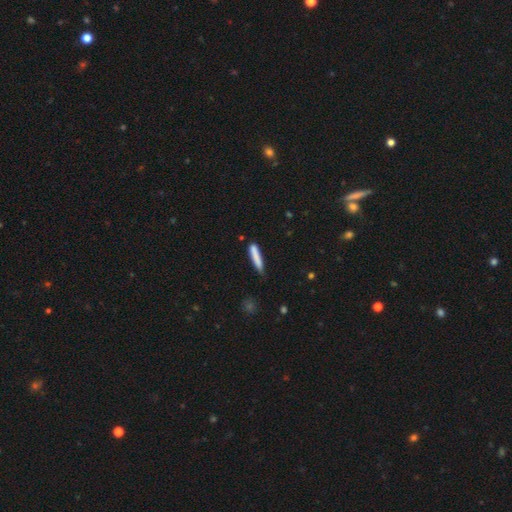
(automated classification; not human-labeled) Smooth or featured? Predicted: smooth (p=0.82). How rounded? Predicted: cigar-shaped (p=0.92). Merging? Predicted: none (p=0.75).